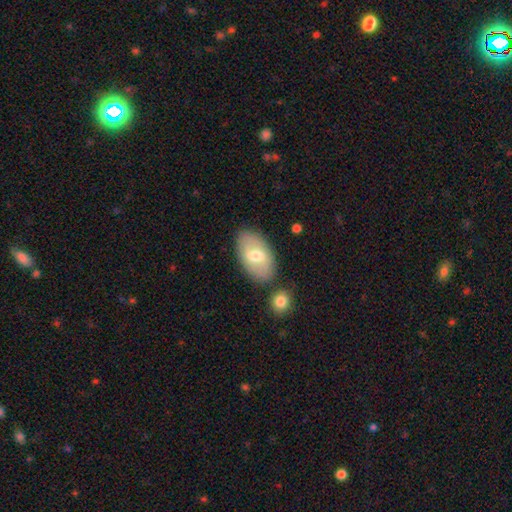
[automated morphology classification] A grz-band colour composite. It shows a smooth galaxy with no disk features (63%) that is in between round and cigar-shaped (94%). Merging: none (77%).